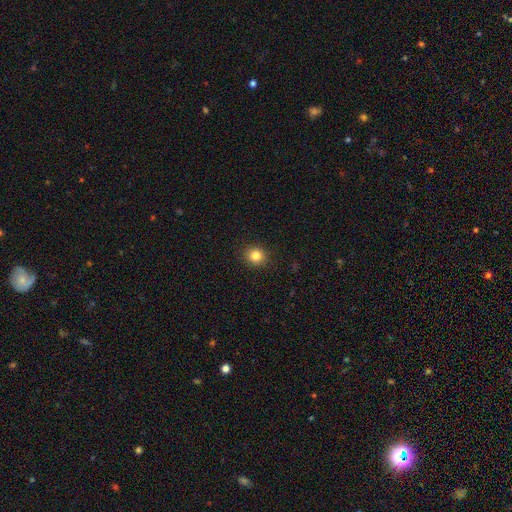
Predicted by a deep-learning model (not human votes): A smooth galaxy with no disk features (83%) that is round (85%).

Vote fractions:
- Smooth or featured? smooth: 83% / star or artifact: 12% / featured or disk: 5%
- How rounded? round: 85% / in between: 14% / cigar-shaped: 1%
- Merging? none: 92% / minor disturbance: 5% / major disturbance: 2% / merger: 1%